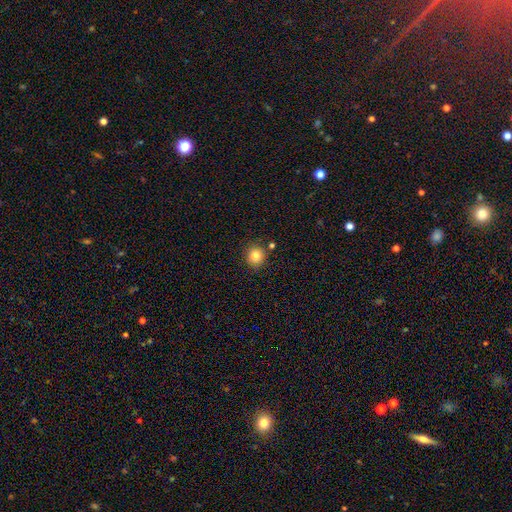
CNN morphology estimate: Smooth or featured? Predicted: smooth (p=0.83). How rounded? Predicted: round (p=0.89). Merging? Predicted: none (p=0.84).